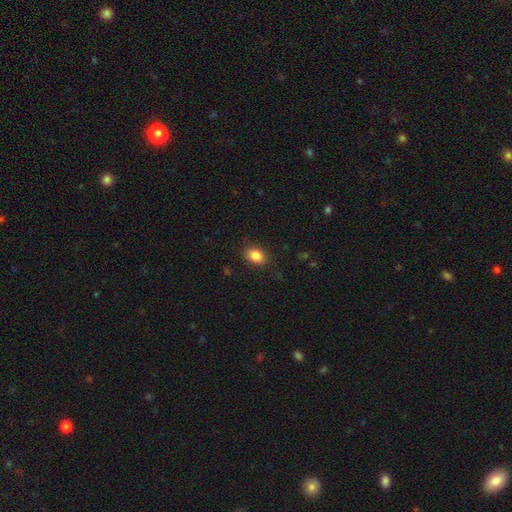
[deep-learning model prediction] Smooth or featured? smooth (86%)
How rounded? in between (74%)
Merging? none (87%)